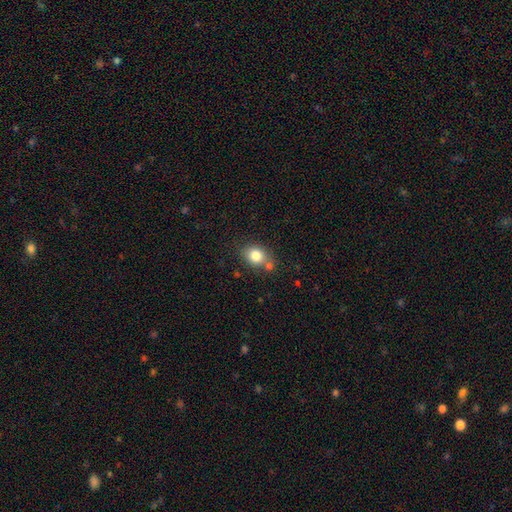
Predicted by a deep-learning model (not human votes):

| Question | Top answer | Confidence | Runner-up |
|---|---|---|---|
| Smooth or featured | smooth | 81% | star or artifact (10%) |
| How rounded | round | 54% | in between (45%) |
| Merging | none | 63% | merger (19%) |